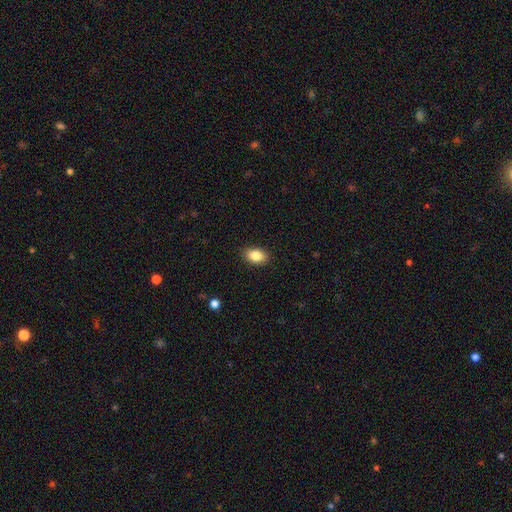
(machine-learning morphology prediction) smooth 86%, star or artifact 8%, featured or disk 6%. Down the decision tree: how rounded — in between (86%); merging — none (89%).